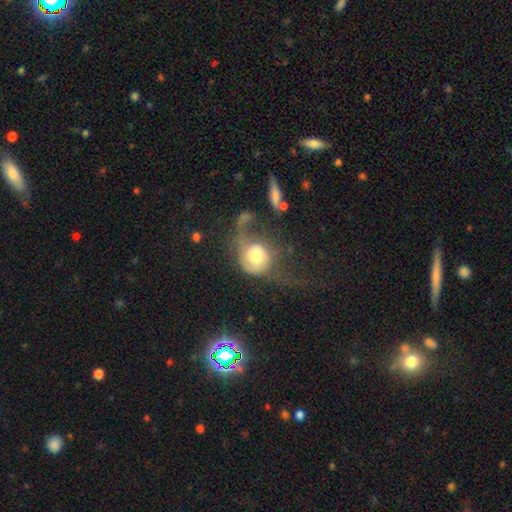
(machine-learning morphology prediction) Smooth or featured? Predicted: smooth (p=0.53). How rounded? Predicted: round (p=0.75). Merging? Predicted: major disturbance (p=0.56).